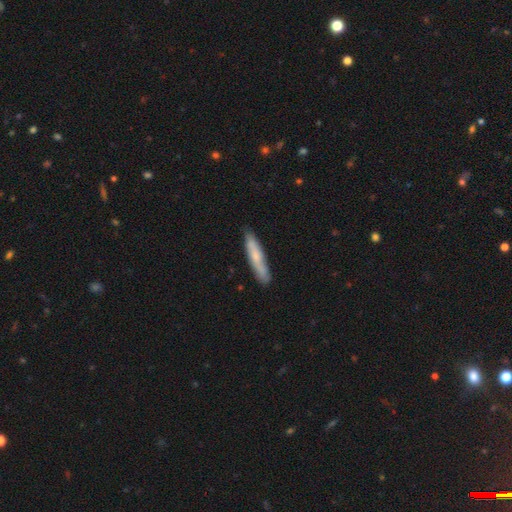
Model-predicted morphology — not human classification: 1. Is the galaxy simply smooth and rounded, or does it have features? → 61% smooth, 33% featured or disk, 6% star or artifact.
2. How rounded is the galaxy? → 89% cigar-shaped, 9% in between, 1% round.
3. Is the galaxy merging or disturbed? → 84% none, 12% minor disturbance, 2% major disturbance, 1% merger.